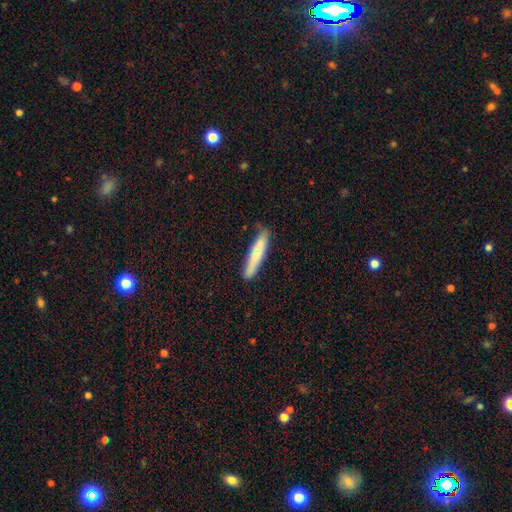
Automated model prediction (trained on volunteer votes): Smooth or featured? smooth (70%)
How rounded? cigar-shaped (89%)
Merging? none (79%)